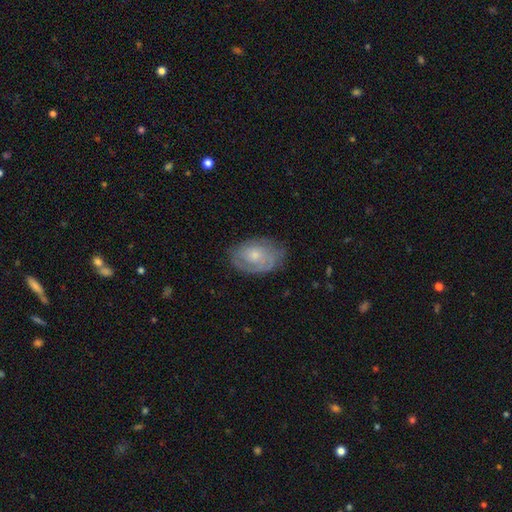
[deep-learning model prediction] This appears to be a featured or disk galaxy (66%) with no bar (80%), tight (66%) spiral arms (84%) and a small central bulge (59%). Merging: none (71%).